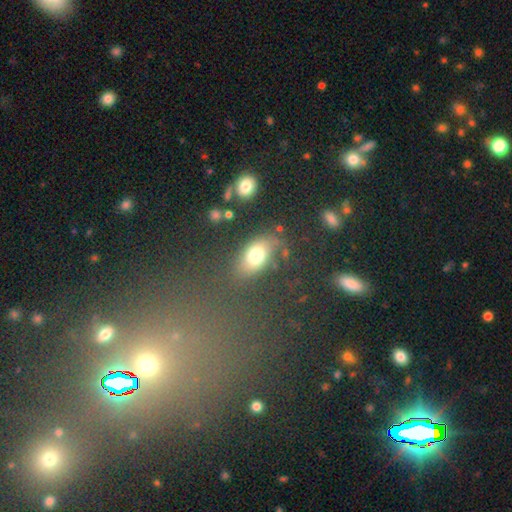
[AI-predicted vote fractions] smooth-or-featured: smooth: 71% | featured or disk: 15% | star or artifact: 14%
  how-rounded: in between: 75% | round: 20% | cigar-shaped: 5%
  merging: none: 69% | minor disturbance: 16% | major disturbance: 9% | merger: 6%